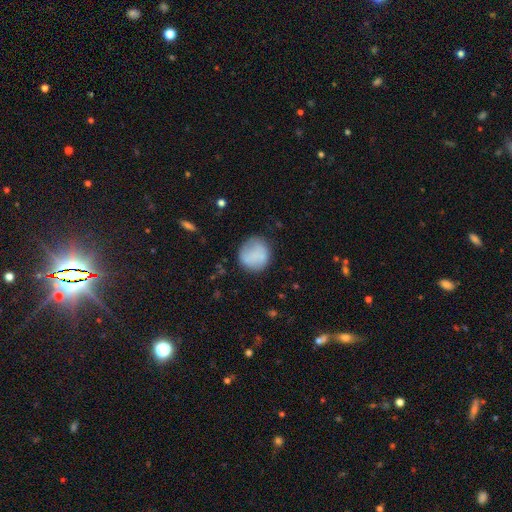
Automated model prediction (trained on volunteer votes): smooth_or_featured: smooth (p=0.80) [alt: featured or disk p=0.13]
how_rounded: round (p=0.88) [alt: in between p=0.11]
merging: none (p=0.69) [alt: minor disturbance p=0.20]